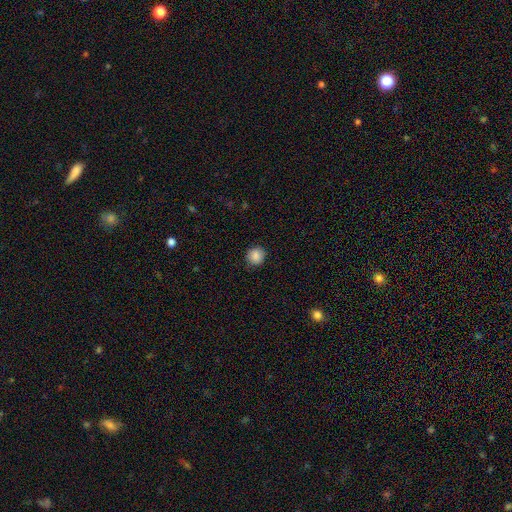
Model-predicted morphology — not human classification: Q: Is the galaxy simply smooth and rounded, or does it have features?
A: smooth — 87%.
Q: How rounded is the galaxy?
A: round — 88%.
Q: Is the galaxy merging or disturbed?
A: none — 87%.